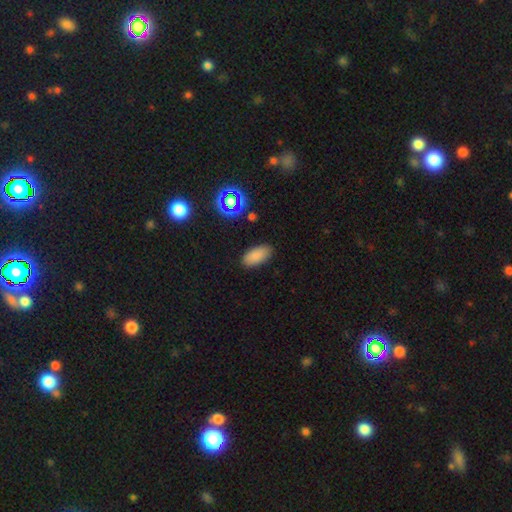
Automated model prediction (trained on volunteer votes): Smooth or featured: smooth — 84% (star or artifact — 11%)
How rounded: in between — 92% (cigar-shaped — 5%)
Merging: none — 87% (minor disturbance — 9%)